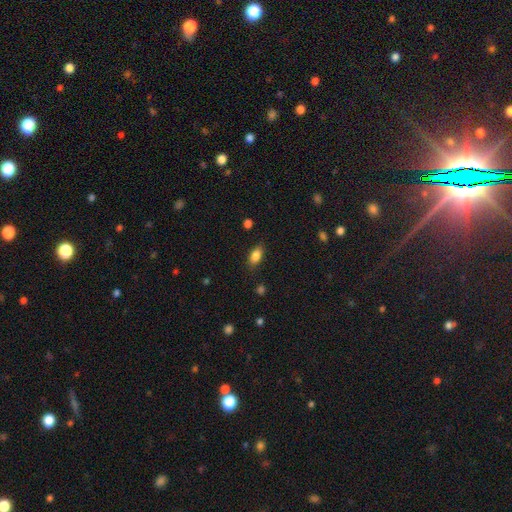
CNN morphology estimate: Smooth or featured? Predicted: smooth (p=0.85). How rounded? Predicted: in between (p=0.87). Merging? Predicted: none (p=0.84).